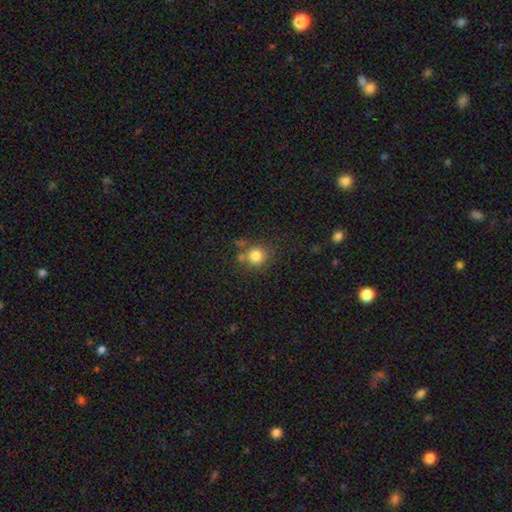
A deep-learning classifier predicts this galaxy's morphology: type=smooth (81%); roundness=round (90%); merging=none (68%).